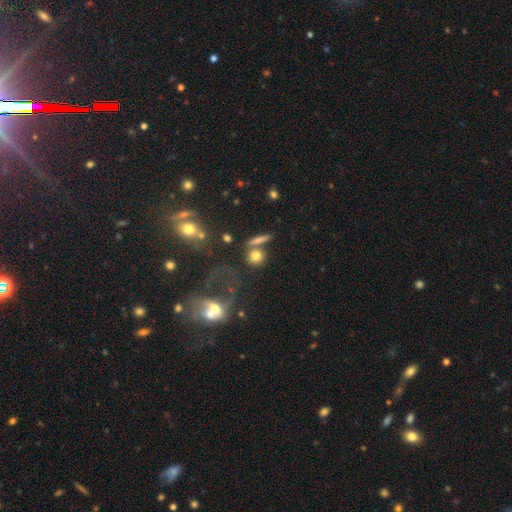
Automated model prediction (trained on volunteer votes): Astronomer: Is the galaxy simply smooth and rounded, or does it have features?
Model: smooth — 74%.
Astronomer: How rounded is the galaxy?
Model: round — 75%.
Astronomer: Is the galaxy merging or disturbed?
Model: none — 58%.